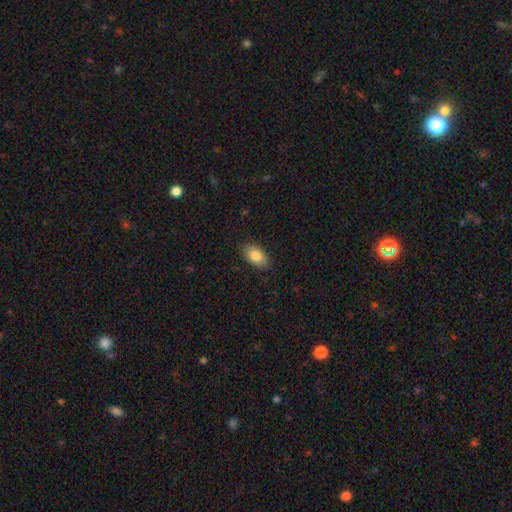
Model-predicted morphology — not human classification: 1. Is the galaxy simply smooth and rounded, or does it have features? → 83% smooth, 10% featured or disk, 7% star or artifact.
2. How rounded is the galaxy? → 93% in between, 4% round, 3% cigar-shaped.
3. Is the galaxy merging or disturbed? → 87% none, 10% minor disturbance, 2% major disturbance, 1% merger.